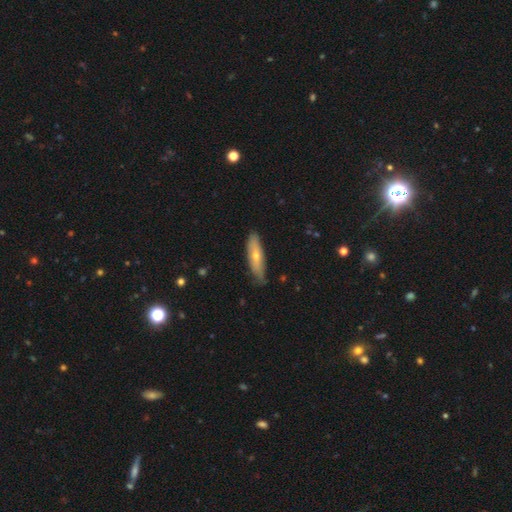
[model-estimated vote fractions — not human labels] Smooth or featured? smooth (50%)
How rounded? cigar-shaped (65%)
Merging? none (79%)